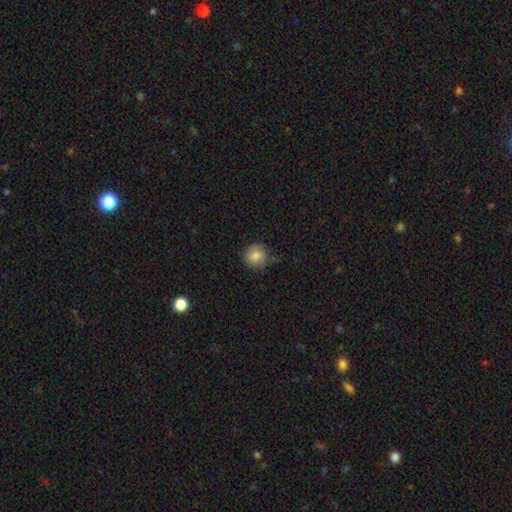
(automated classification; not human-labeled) smooth-or-featured: smooth: 83% | star or artifact: 9% | featured or disk: 8%
  how-rounded: round: 89% | in between: 10% | cigar-shaped: 1%
  merging: none: 76% | minor disturbance: 18% | major disturbance: 4% | merger: 2%